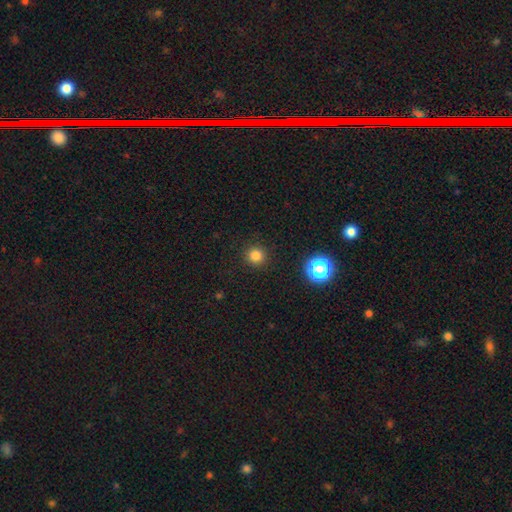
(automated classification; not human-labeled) Q: Smooth or featured?
A: smooth (80%); runner-up: star or artifact (15%)
Q: How rounded?
A: round (95%); runner-up: in between (4%)
Q: Merging?
A: none (91%); runner-up: minor disturbance (5%)